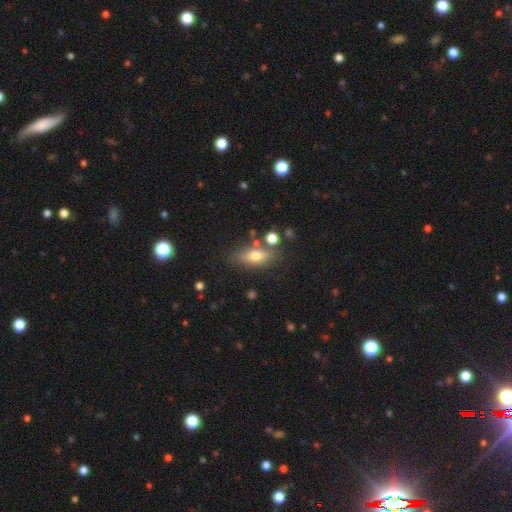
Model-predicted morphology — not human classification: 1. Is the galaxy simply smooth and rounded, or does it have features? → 64% smooth, 27% featured or disk, 9% star or artifact.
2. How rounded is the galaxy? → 70% in between, 24% cigar-shaped, 7% round.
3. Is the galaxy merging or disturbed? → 75% none, 13% minor disturbance, 8% merger, 4% major disturbance.